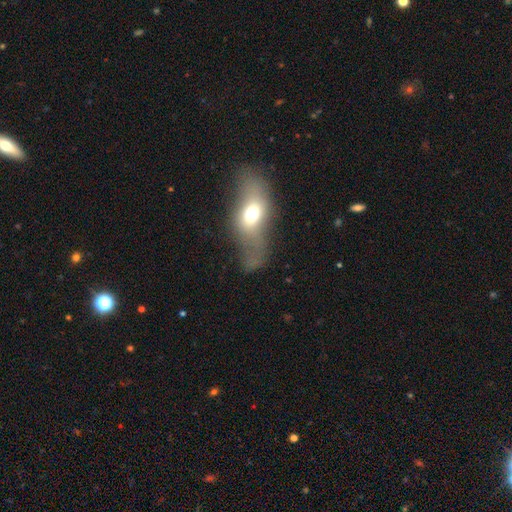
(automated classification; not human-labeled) A smooth galaxy with no disk features (51%) that is in between round and cigar-shaped (70%).

Vote fractions:
- Smooth or featured? smooth: 51% / featured or disk: 37% / star or artifact: 12%
- How rounded? in between: 70% / cigar-shaped: 16% / round: 14%
- Merging? none: 40% / major disturbance: 29% / minor disturbance: 27% / merger: 5%